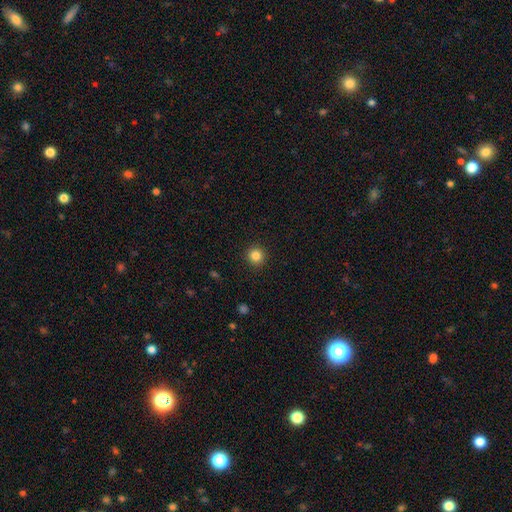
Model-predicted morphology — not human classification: This appears to be a smooth galaxy with no disk features (84%) that is round (95%). Merging: none (92%).